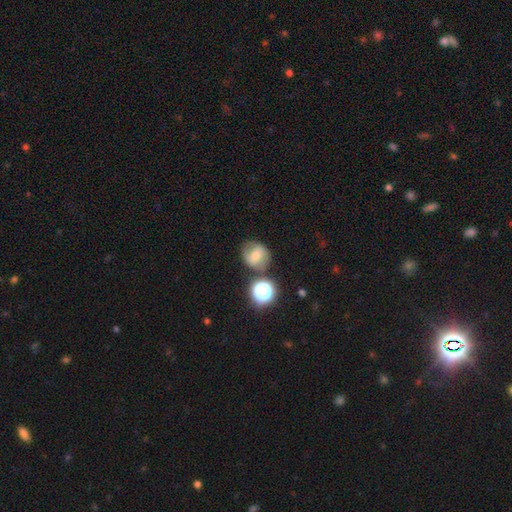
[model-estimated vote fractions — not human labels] This appears to be a smooth galaxy with no disk features (52%) that is round (79%). Merging: none (67%).